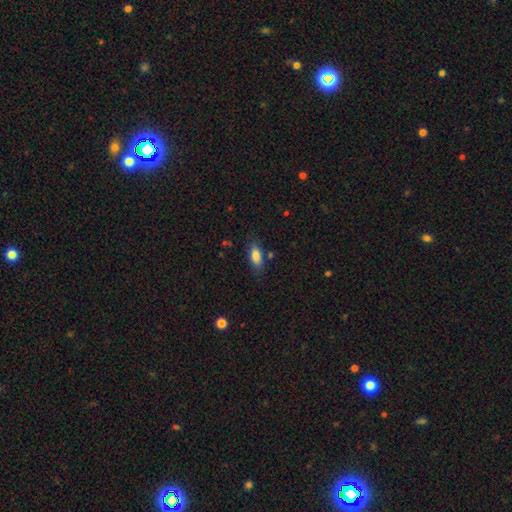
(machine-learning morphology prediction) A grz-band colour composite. It shows a smooth galaxy with no disk features (84%) that is in between round and cigar-shaped (79%). Merging: none (78%).